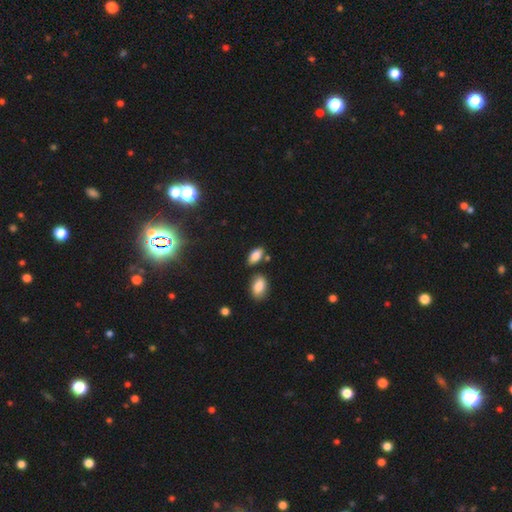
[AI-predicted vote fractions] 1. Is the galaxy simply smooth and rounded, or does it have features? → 82% smooth, 10% star or artifact, 8% featured or disk.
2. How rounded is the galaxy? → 90% in between, 6% cigar-shaped, 5% round.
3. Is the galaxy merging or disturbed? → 74% none, 14% minor disturbance, 9% merger, 3% major disturbance.